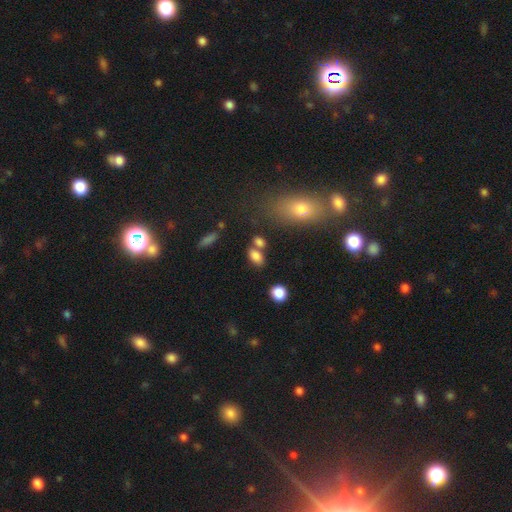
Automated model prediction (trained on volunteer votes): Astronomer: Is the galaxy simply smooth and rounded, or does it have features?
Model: smooth — 81%.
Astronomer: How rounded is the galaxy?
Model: in between — 85%.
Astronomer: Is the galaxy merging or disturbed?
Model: none — 55%.